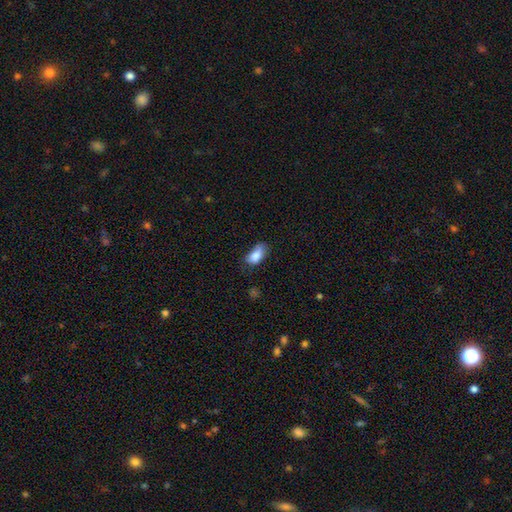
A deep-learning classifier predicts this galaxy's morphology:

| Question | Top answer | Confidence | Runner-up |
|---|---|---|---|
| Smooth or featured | smooth | 83% | featured or disk (9%) |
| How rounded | in between | 91% | round (5%) |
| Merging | none | 44% | minor disturbance (38%) |